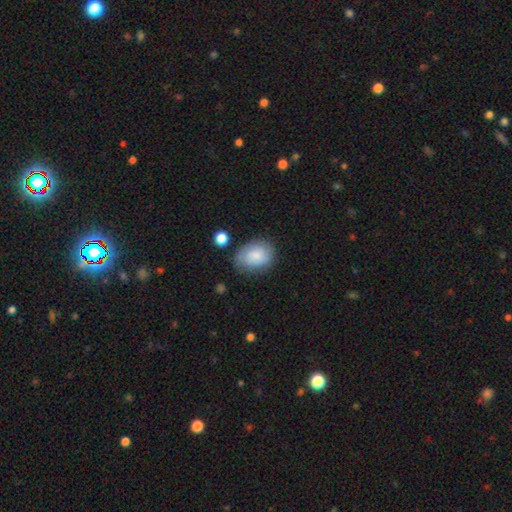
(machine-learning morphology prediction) Overall: smooth (72%). How rounded: in between (66%; round 33%). Merging: none (68%).